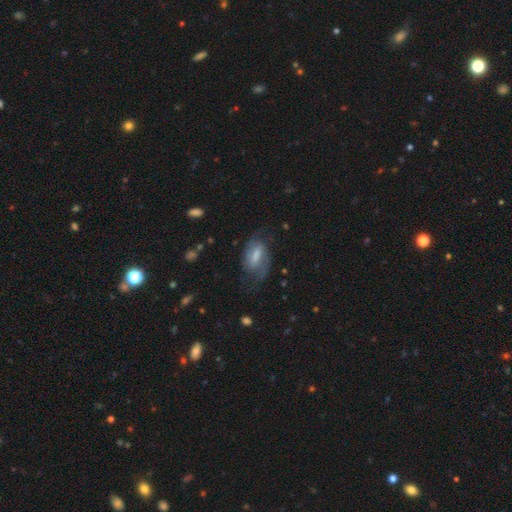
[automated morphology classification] featured or disk 62%, smooth 30%, star or artifact 8%. Down the decision tree: edge-on disk — no (94%); bar — weak (48%); spiral arms — yes (86%); spiral arm count — 2 (75%); spiral winding — medium (49%); bulge size — moderate (34%); merging — none (56%).